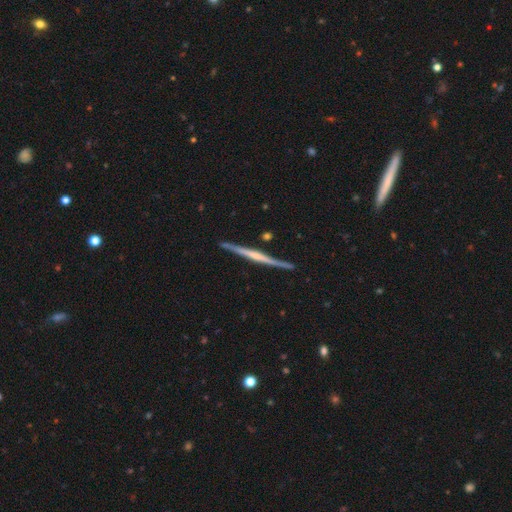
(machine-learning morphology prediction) This is likely a featured or disk galaxy (76%). It is clearly viewed edge-on (98%). Edge-on bulge: marginally none (42%). Merging: clearly none (88%).